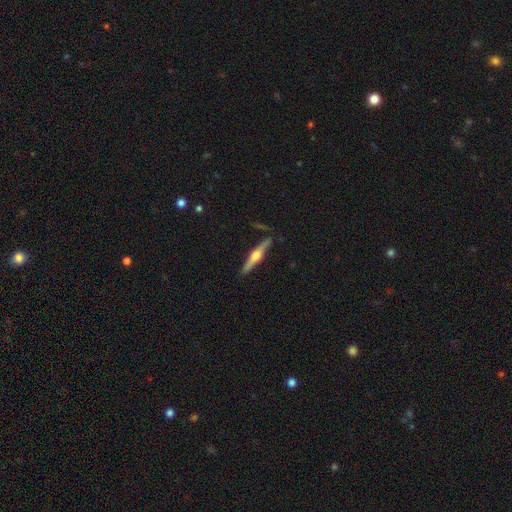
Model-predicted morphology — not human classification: Smooth or featured? Predicted: featured or disk (p=0.69). Edge-on disk? Predicted: yes (p=0.97). Edge-on bulge? Predicted: rounded (p=0.93). Merging? Predicted: none (p=0.88).